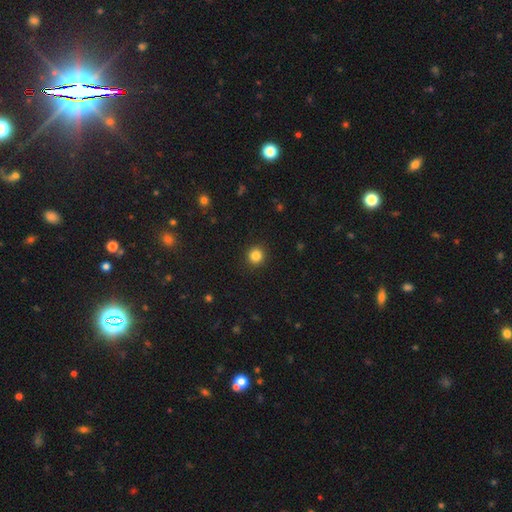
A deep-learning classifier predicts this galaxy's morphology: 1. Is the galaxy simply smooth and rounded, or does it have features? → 84% smooth, 11% star or artifact, 4% featured or disk.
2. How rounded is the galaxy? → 93% round, 6% in between, 1% cigar-shaped.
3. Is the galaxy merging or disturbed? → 92% none, 5% minor disturbance, 2% major disturbance, 1% merger.